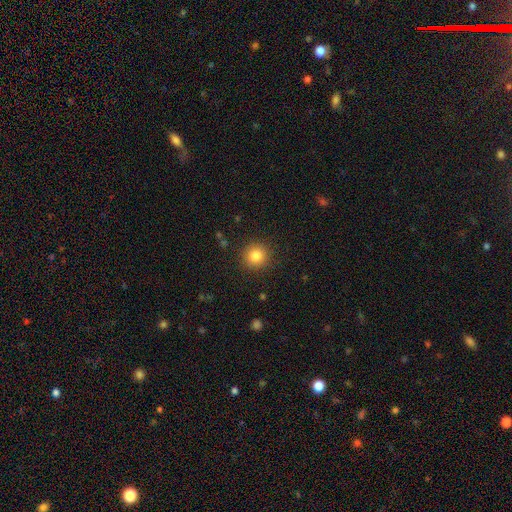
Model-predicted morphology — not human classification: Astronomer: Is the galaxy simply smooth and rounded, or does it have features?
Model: smooth — 84%.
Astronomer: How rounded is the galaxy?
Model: round — 93%.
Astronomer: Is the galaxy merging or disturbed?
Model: none — 90%.